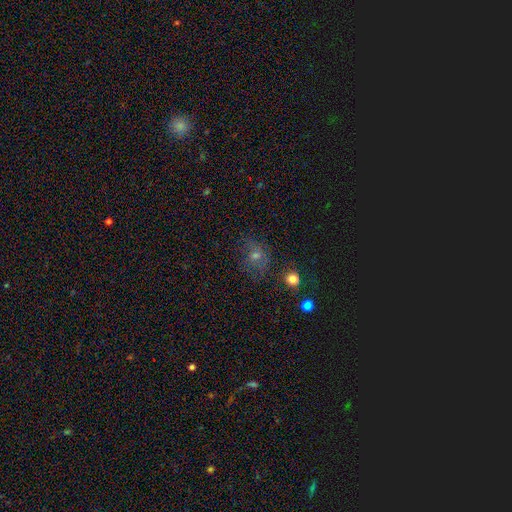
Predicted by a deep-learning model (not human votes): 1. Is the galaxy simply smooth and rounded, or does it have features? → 44% smooth, 29% star or artifact, 26% featured or disk.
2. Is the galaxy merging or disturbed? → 61% none, 21% minor disturbance, 14% major disturbance, 3% merger.